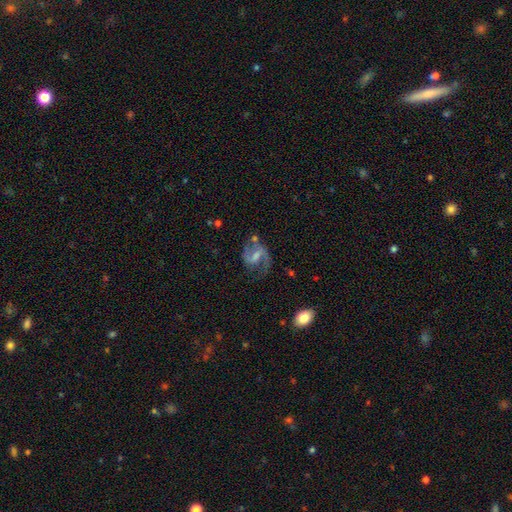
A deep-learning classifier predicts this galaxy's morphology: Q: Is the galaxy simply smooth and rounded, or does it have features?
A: featured or disk — 85%.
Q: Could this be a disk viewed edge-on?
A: no — 98%.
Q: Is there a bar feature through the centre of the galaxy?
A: weak — 52%.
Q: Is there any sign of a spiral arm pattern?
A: yes — 95%.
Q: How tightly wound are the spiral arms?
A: medium — 53%.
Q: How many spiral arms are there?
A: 2 — 88%.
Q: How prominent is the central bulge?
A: small — 40%.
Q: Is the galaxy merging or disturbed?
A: none — 64%.